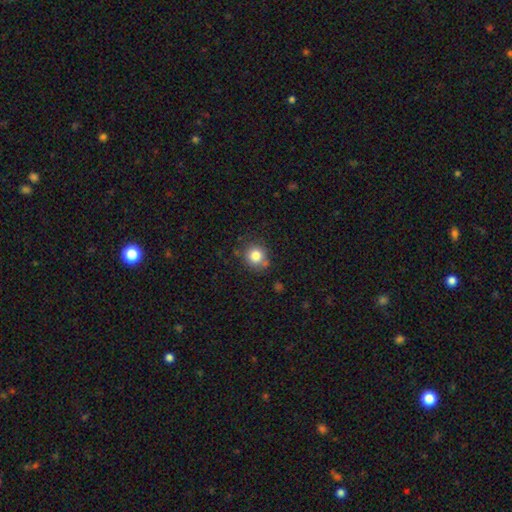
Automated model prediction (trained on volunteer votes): A smooth galaxy with no disk features (83%) that is round (89%).

Vote fractions:
- Smooth or featured? smooth: 83% / star or artifact: 11% / featured or disk: 6%
- How rounded? round: 89% / in between: 10% / cigar-shaped: 1%
- Merging? none: 77% / minor disturbance: 14% / merger: 5% / major disturbance: 4%